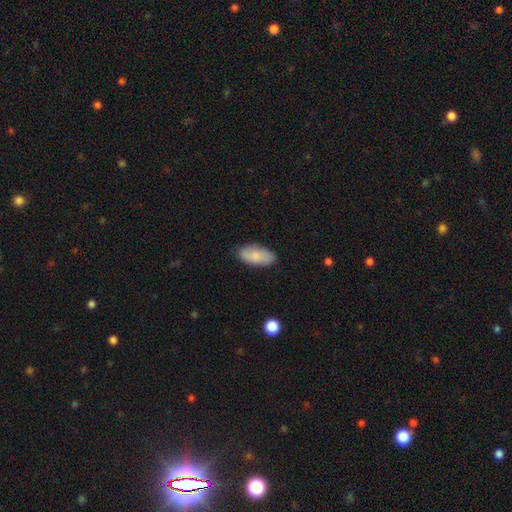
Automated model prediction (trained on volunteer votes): A smooth galaxy with no disk features (81%) that is in between round and cigar-shaped (92%). Merging: none (83%).